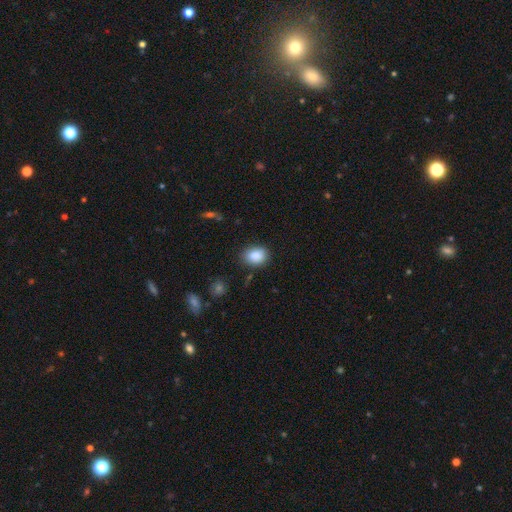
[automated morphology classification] smooth 88%, star or artifact 8%, featured or disk 4%. Down the decision tree: how rounded — in between (66%); merging — none (81%).